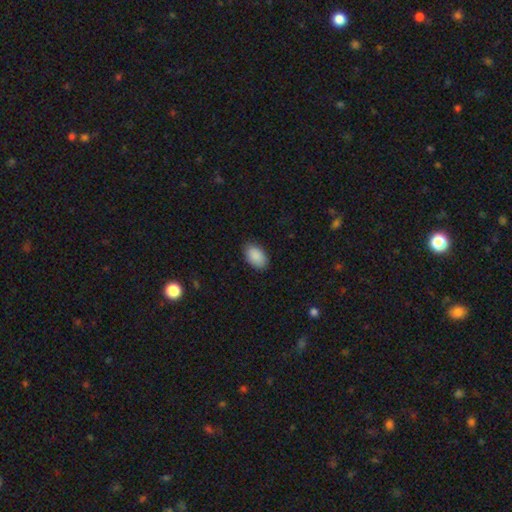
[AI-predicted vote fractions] This is clearly a smooth galaxy (91%). How rounded: clearly in between (93%). Merging: clearly none (86%).